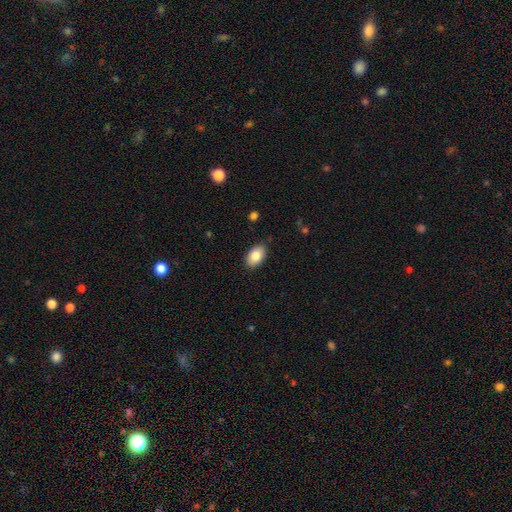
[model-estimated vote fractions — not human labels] A smooth galaxy with no disk features (83%) that is in between round and cigar-shaped (92%). Merging: none (86%).